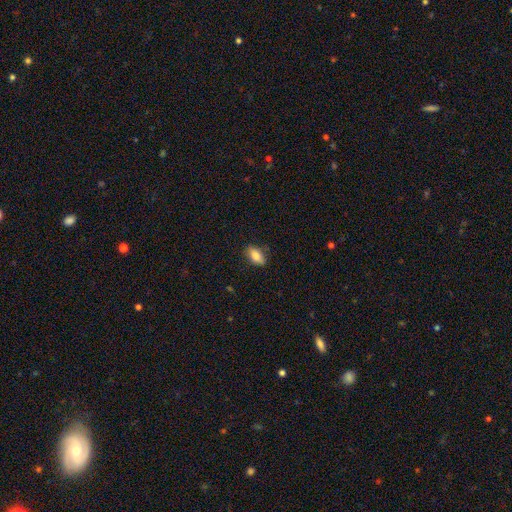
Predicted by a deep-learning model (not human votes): A smooth galaxy with no disk features (83%) that is in between round and cigar-shaped (89%). Merging: none (82%).